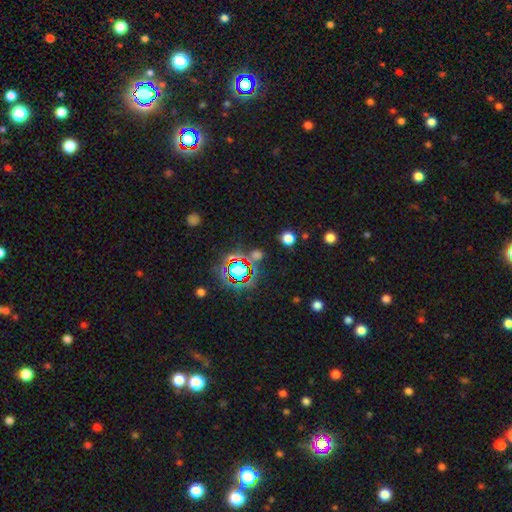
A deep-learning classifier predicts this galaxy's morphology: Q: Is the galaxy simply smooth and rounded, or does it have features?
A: star or artifact — 51%.